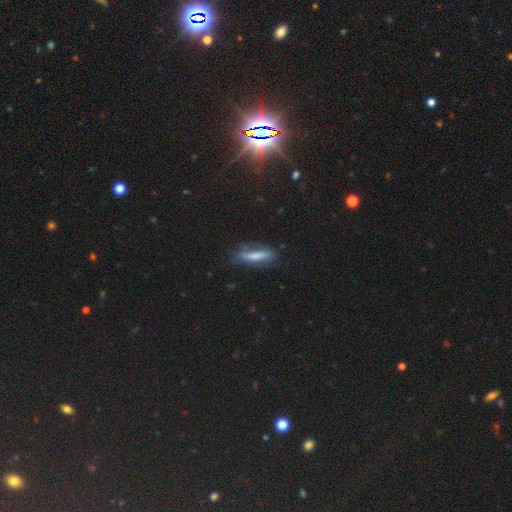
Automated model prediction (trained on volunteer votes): This is likely a smooth galaxy (66%). How rounded: likely cigar-shaped (78%). Merging: likely none (67%).